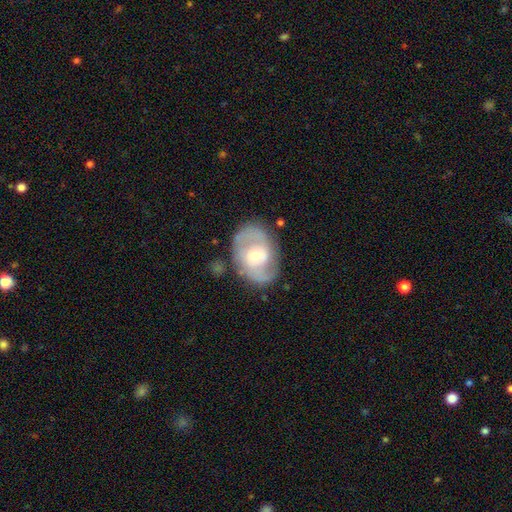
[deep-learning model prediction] Smooth or featured? Predicted: featured or disk (p=0.74). Edge-on disk? Predicted: no (p=0.96). Bar? Predicted: no (p=0.48). Spiral arms? Predicted: yes (p=0.84). Spiral winding? Predicted: medium (p=0.47). Spiral arm count? Predicted: 2 (p=0.79). Bulge size? Predicted: moderate (p=0.52). Merging? Predicted: none (p=0.74).